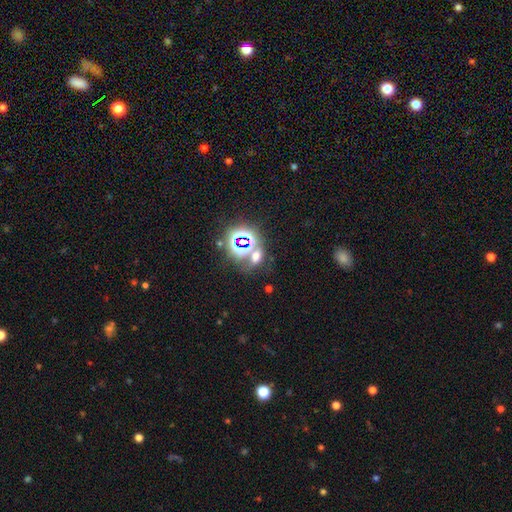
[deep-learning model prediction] Overall: star or artifact (49%; smooth 40%).